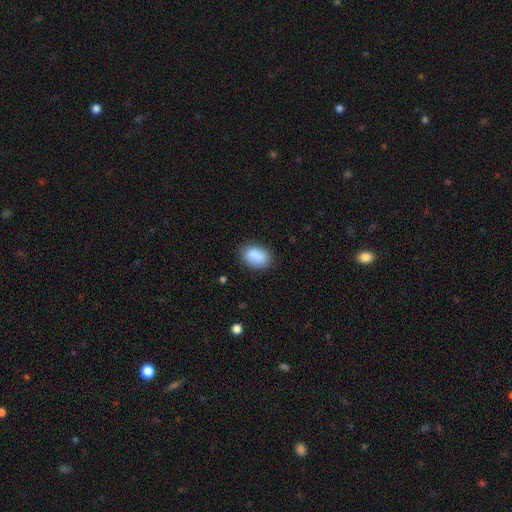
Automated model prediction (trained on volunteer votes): This is clearly a smooth galaxy (87%). How rounded: clearly in between (82%). Merging: likely none (78%).